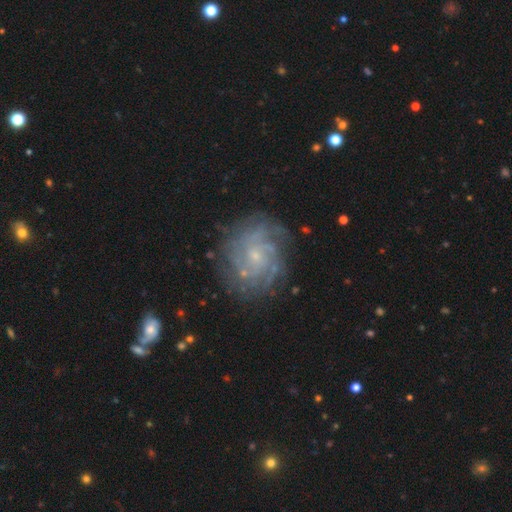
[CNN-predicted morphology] Q: Smooth or featured?
A: featured or disk (82%); runner-up: smooth (10%)
Q: Edge-on disk?
A: no (98%); runner-up: yes (2%)
Q: Bar?
A: no (73%); runner-up: weak (24%)
Q: Spiral arms?
A: yes (94%); runner-up: no (6%)
Q: Spiral winding?
A: tight (61%); runner-up: medium (31%)
Q: Spiral arm count?
A: can't tell (36%); runner-up: 4 (19%)
Q: Bulge size?
A: small (75%); runner-up: moderate (18%)
Q: Merging?
A: none (76%); runner-up: minor disturbance (15%)